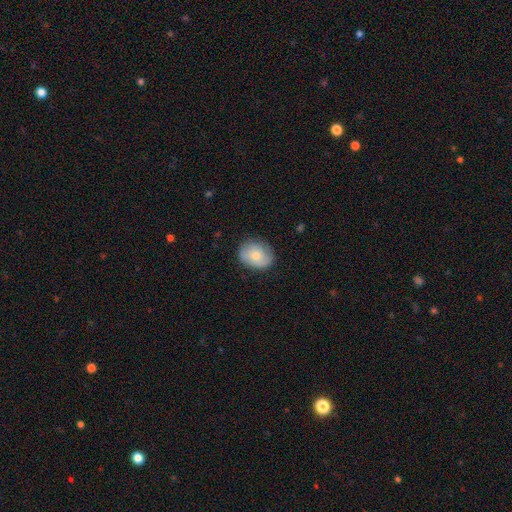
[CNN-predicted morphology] A smooth galaxy with no disk features (71%) that is round (52%).

Vote fractions:
- Smooth or featured? smooth: 71% / featured or disk: 22% / star or artifact: 7%
- How rounded? round: 52% / in between: 47% / cigar-shaped: 1%
- Merging? none: 78% / minor disturbance: 17% / major disturbance: 4% / merger: 1%